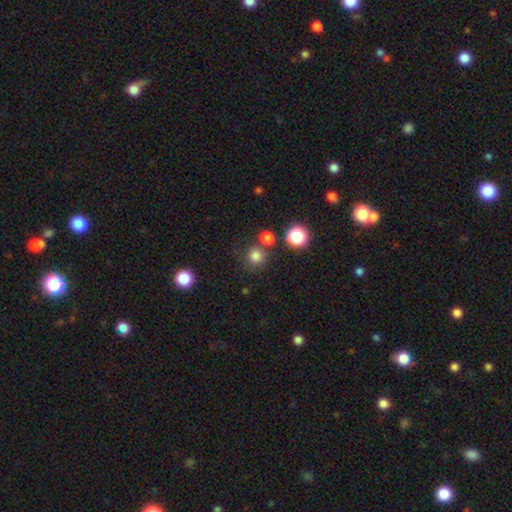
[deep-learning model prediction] Morphology: type=smooth (79%); roundness=round (92%); merging=none (74%).